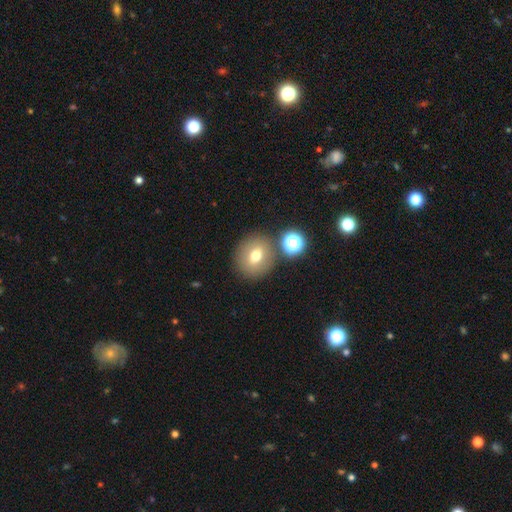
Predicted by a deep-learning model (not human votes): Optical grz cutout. It shows a smooth galaxy with no disk features (70%) that is round (79%). Merging: none (78%).